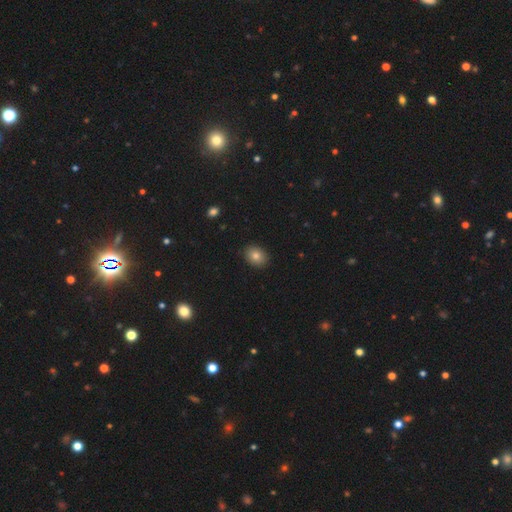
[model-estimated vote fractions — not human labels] smooth-or-featured: smooth: 83% | star or artifact: 10% | featured or disk: 8%
  how-rounded: in between: 61% | round: 38% | cigar-shaped: 1%
  merging: none: 90% | minor disturbance: 8% | major disturbance: 2% | merger: 1%